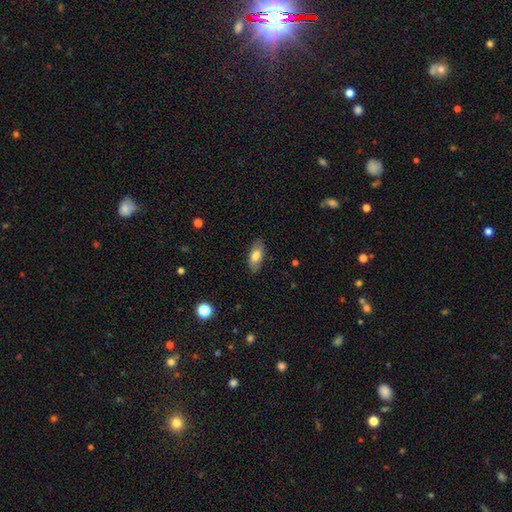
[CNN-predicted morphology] smooth 77%, featured or disk 17%, star or artifact 7%. Down the decision tree: how rounded — in between (86%); merging — none (85%).